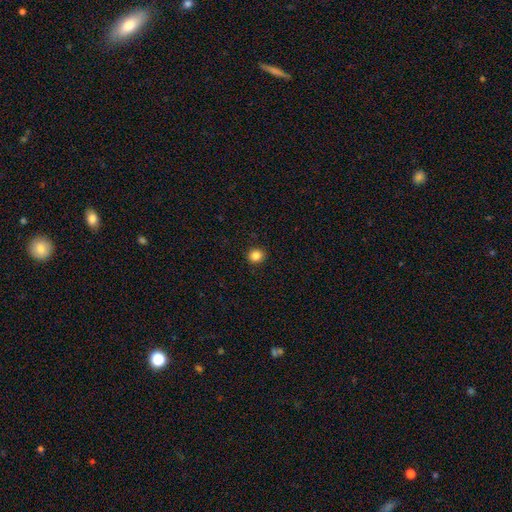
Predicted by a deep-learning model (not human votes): This appears to be a smooth galaxy with no disk features (85%) that is round (84%). Merging: none (92%).